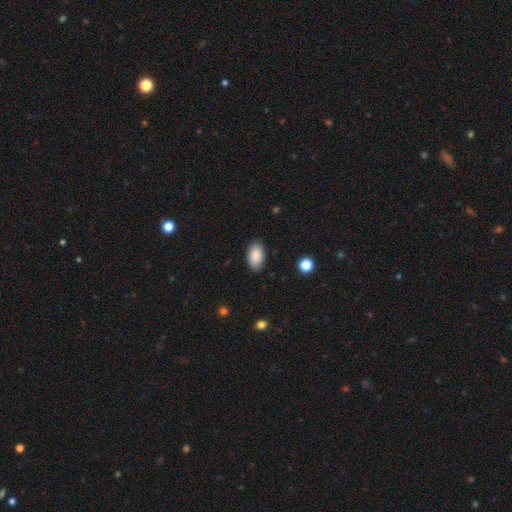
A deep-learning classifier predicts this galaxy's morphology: Smooth or featured?
  - smooth: 89% *
  - star or artifact: 7%
  - featured or disk: 4%
How rounded?
  - in between: 94% *
  - round: 4%
  - cigar-shaped: 2%
Merging?
  - none: 87% *
  - minor disturbance: 9%
  - major disturbance: 2%
  - merger: 1%